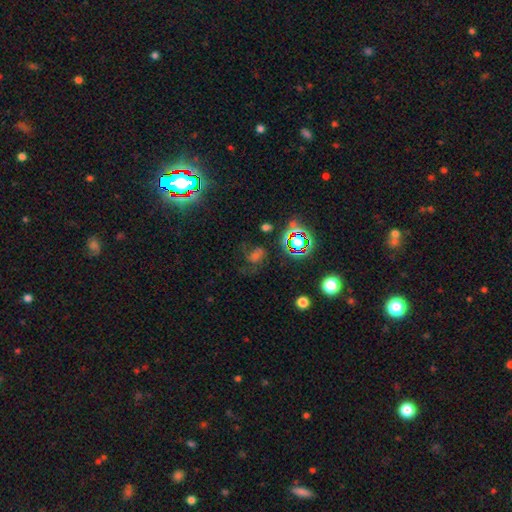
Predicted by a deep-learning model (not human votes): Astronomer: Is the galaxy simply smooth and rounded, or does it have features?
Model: star or artifact — 42% (runner-up: featured or disk, 36%).